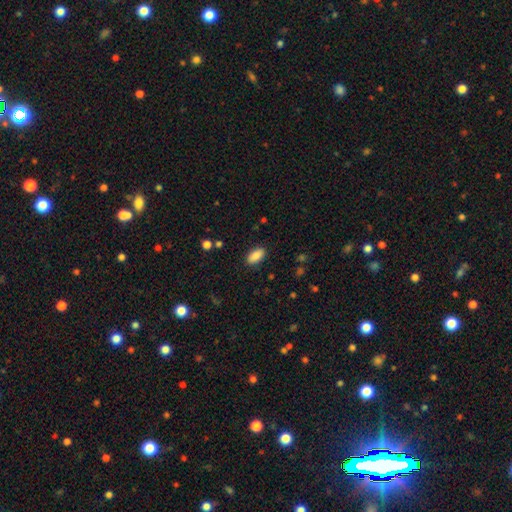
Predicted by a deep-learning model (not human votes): This is clearly a smooth galaxy (89%). How rounded: clearly in between (93%). Merging: clearly none (88%).